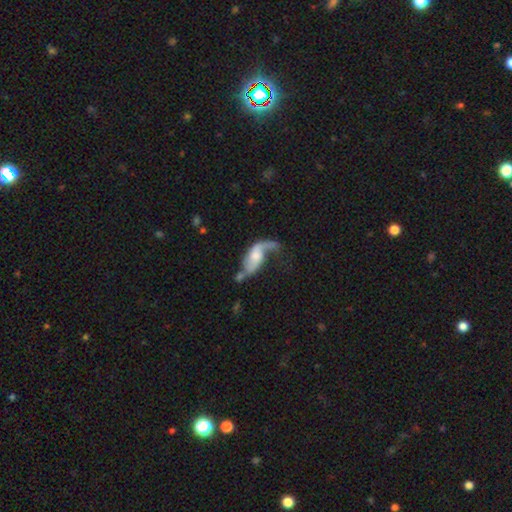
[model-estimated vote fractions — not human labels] Morphology: type=featured or disk (67%); edge-on=no (92%); bar=no (59%); spiral arms=yes (84%); winding=loose (81%); arm count=2 (63%); bulge=moderate (45%); merging=major disturbance (34%).